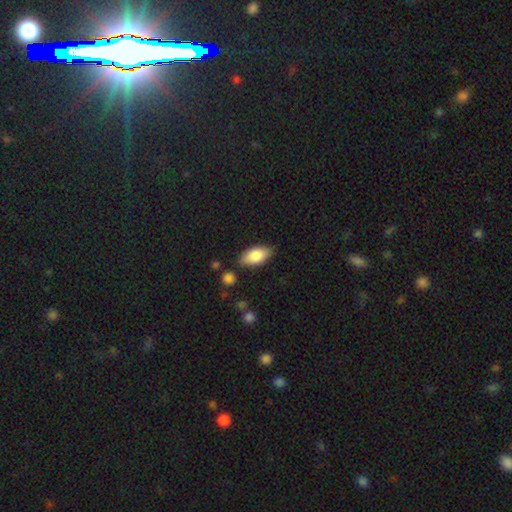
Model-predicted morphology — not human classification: Smooth or featured: smooth — 84% (featured or disk — 10%)
How rounded: in between — 91% (cigar-shaped — 7%)
Merging: none — 81% (minor disturbance — 13%)